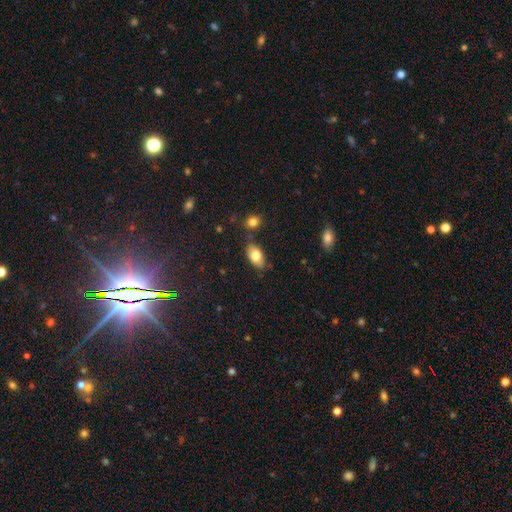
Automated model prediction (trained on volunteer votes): Q: Smooth or featured?
A: smooth (79%); runner-up: featured or disk (14%)
Q: How rounded?
A: in between (92%); runner-up: round (5%)
Q: Merging?
A: none (78%); runner-up: minor disturbance (15%)